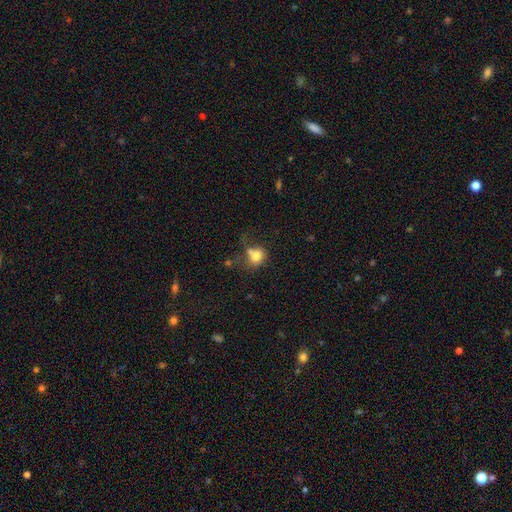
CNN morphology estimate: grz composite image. It shows a smooth galaxy with no disk features (77%) that is round (65%). Merging: none (39%).